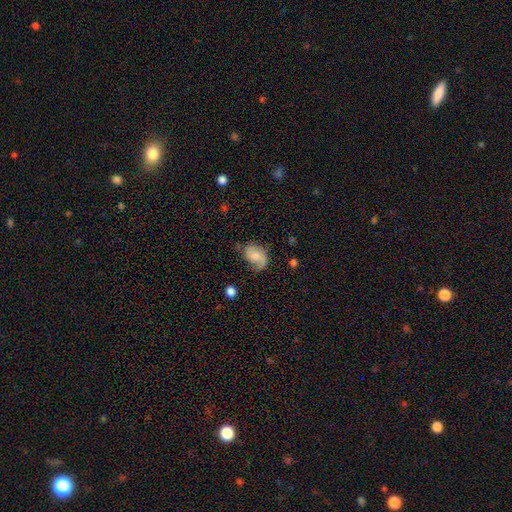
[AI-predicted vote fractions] A smooth galaxy with no disk features (48%).

Vote fractions:
- Smooth or featured? smooth: 48% / featured or disk: 44% / star or artifact: 8%
- Merging? none: 53% / minor disturbance: 30% / major disturbance: 14% / merger: 3%